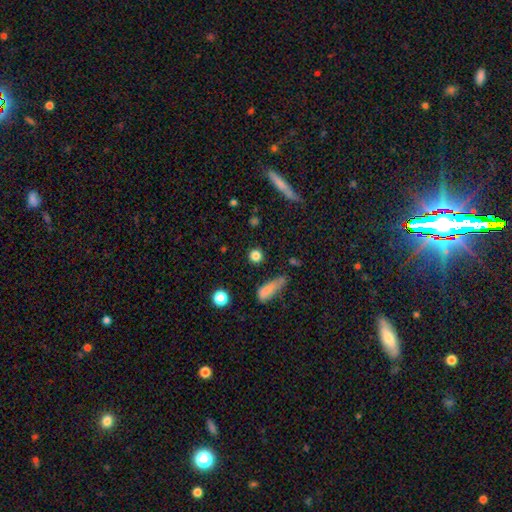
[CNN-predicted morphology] smooth 80%, star or artifact 14%, featured or disk 6%. Down the decision tree: how rounded — round (88%); merging — none (82%).